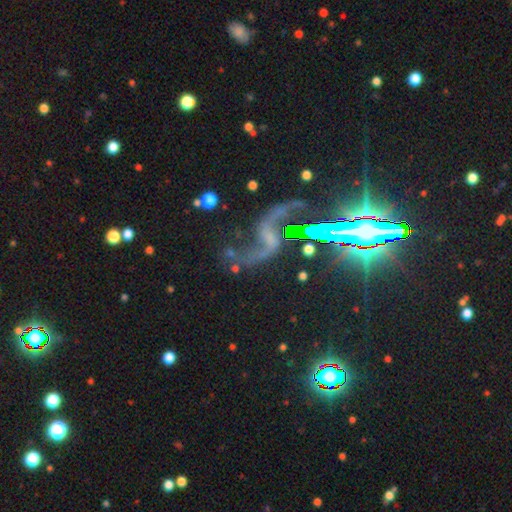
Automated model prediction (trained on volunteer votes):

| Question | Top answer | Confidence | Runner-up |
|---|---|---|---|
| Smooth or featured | featured or disk | 65% | star or artifact (27%) |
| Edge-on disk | no | 91% | yes (9%) |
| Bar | no | 43% | weak (34%) |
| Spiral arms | yes | 91% | no (9%) |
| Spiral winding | loose | 77% | medium (18%) |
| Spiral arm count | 2 | 85% | 1 (6%) |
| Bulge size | small | 49% | none (31%) |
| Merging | none | 48% | major disturbance (25%) |